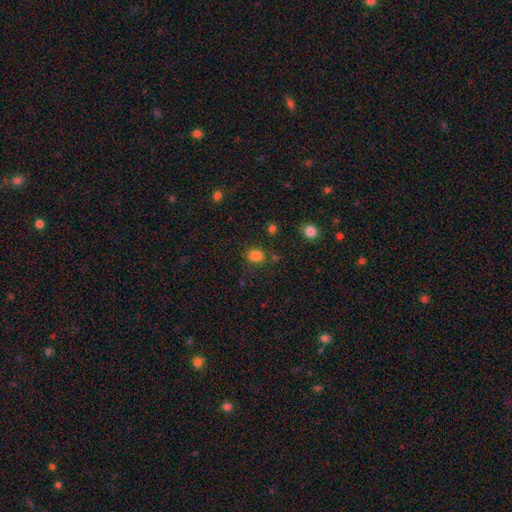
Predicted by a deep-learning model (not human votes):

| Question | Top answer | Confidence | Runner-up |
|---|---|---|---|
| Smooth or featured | smooth | 83% | star or artifact (13%) |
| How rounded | in between | 54% | round (45%) |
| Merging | none | 76% | minor disturbance (14%) |